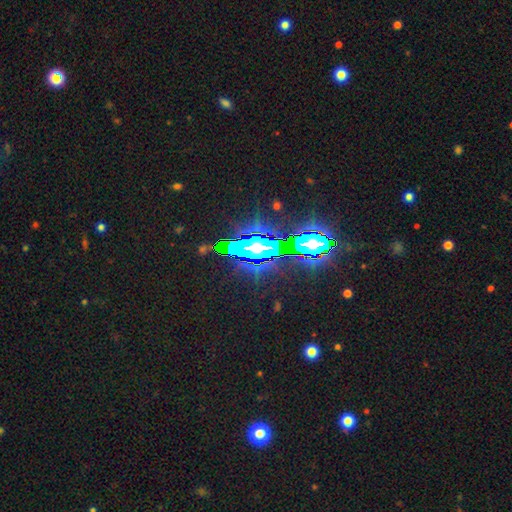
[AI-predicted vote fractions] This appears to be a star or artifact, not a galaxy (74%).